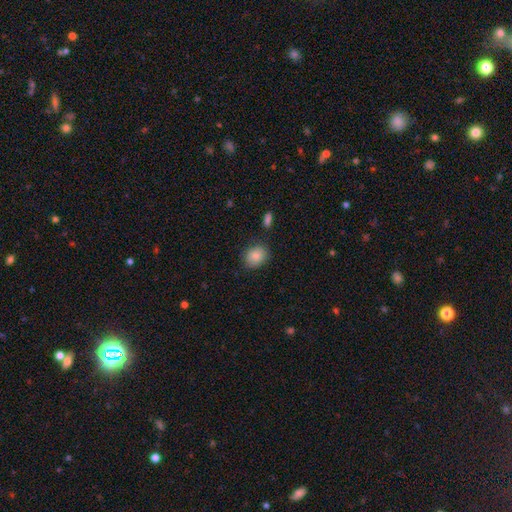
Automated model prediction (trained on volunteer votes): Q: Smooth or featured?
A: smooth (87%); runner-up: star or artifact (8%)
Q: How rounded?
A: in between (52%); runner-up: round (47%)
Q: Merging?
A: none (80%); runner-up: minor disturbance (14%)